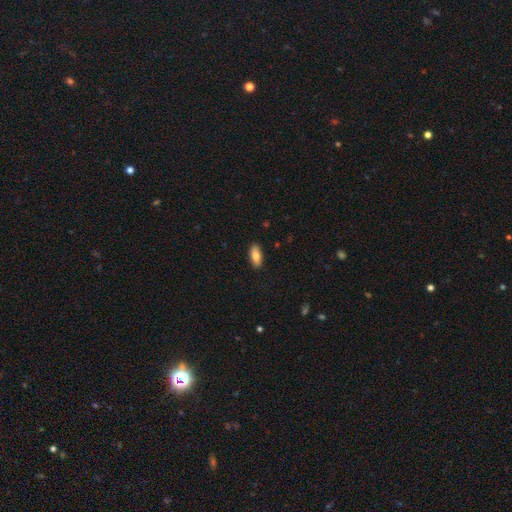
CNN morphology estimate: smooth_or_featured: smooth (p=0.82) [alt: featured or disk p=0.11]
how_rounded: in between (p=0.84) [alt: cigar-shaped p=0.13]
merging: none (p=0.89) [alt: minor disturbance p=0.08]